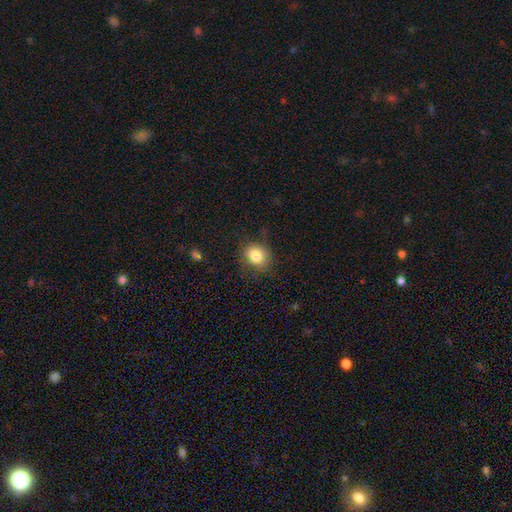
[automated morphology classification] Smooth or featured? Predicted: smooth (p=0.82). How rounded? Predicted: round (p=0.63). Merging? Predicted: none (p=0.77).